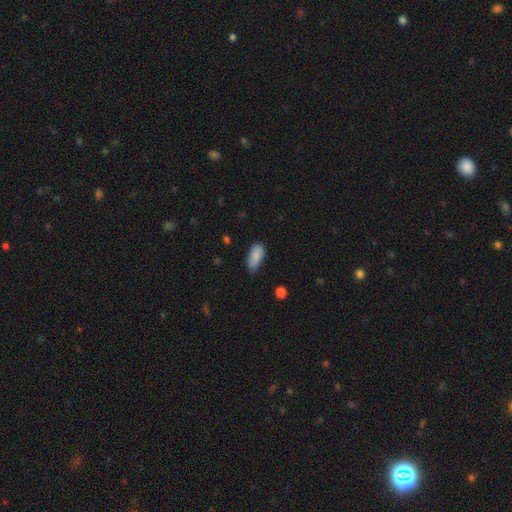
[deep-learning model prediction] Overall: smooth (85%). How rounded: in between (91%). Merging: none (63%; minor disturbance 31%).